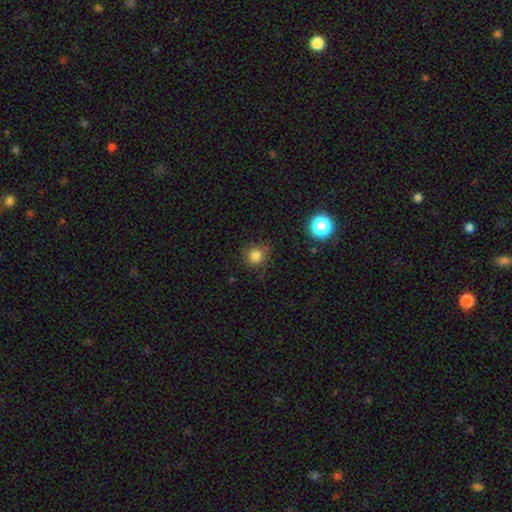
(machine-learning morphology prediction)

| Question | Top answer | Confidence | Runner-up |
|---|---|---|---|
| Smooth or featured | smooth | 81% | star or artifact (14%) |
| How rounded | round | 90% | in between (9%) |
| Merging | none | 82% | minor disturbance (13%) |